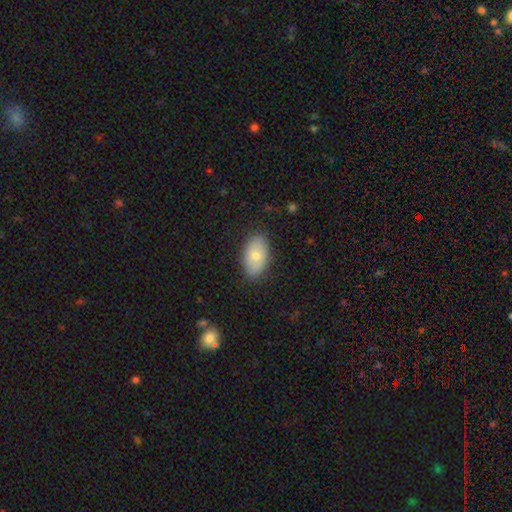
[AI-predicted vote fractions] Smooth or featured? Predicted: smooth (p=0.70). How rounded? Predicted: in between (p=0.92). Merging? Predicted: none (p=0.84).